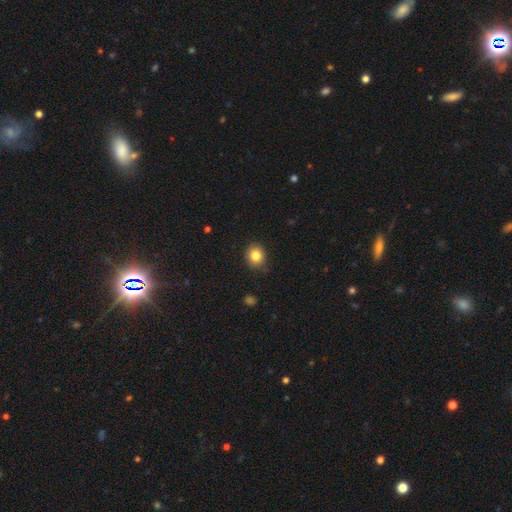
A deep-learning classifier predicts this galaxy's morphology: A smooth galaxy with no disk features (83%) that is round (77%). Merging: none (84%).